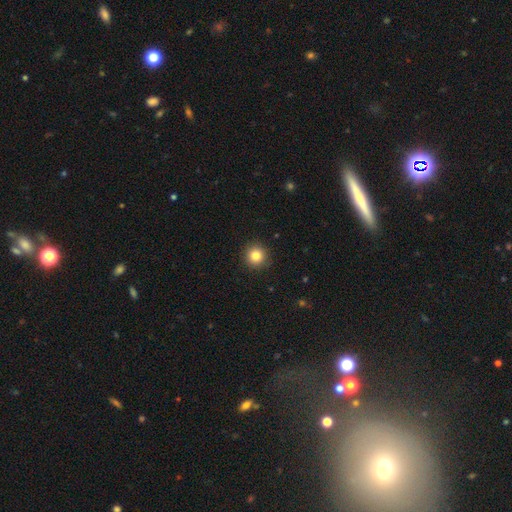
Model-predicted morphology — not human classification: Smooth or featured: smooth — 83% (star or artifact — 11%)
How rounded: round — 95% (in between — 4%)
Merging: none — 92% (minor disturbance — 5%)